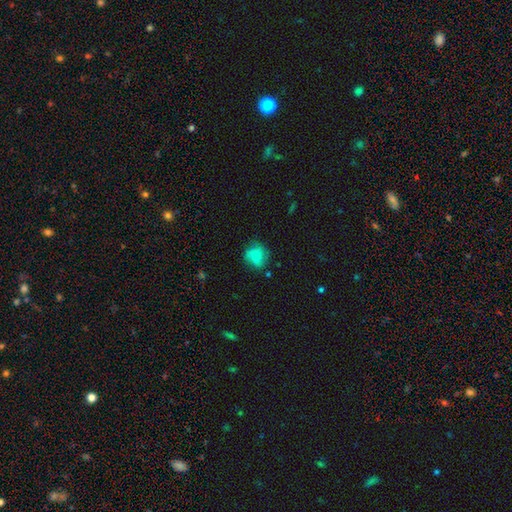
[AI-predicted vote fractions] Smooth or featured? smooth (64%)
How rounded? round (78%)
Merging? none (64%)